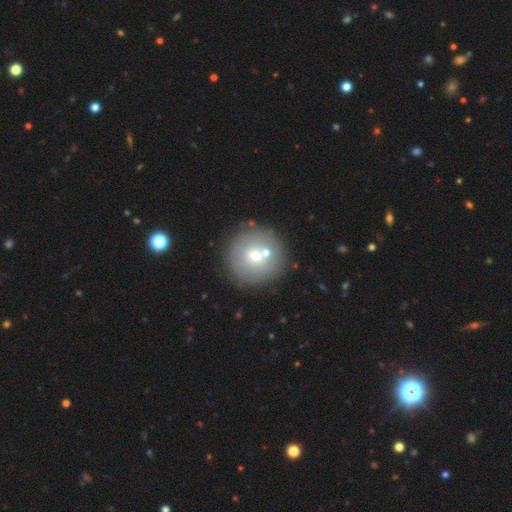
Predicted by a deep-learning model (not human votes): Overall: smooth (64%; featured or disk 25%). How rounded: round (96%). Merging: none (74%).